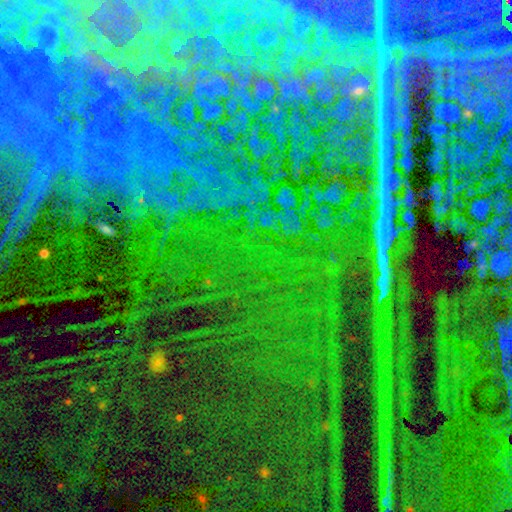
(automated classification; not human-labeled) Overall: star or artifact (87%).